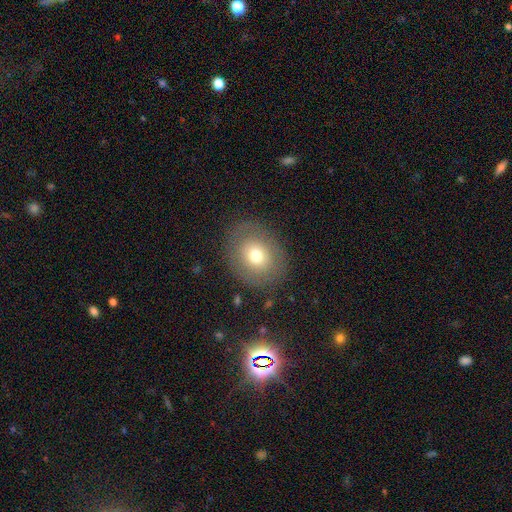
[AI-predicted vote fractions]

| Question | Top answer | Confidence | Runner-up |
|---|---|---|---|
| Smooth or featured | smooth | 68% | featured or disk (21%) |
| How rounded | round | 57% | in between (42%) |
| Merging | none | 82% | minor disturbance (11%) |